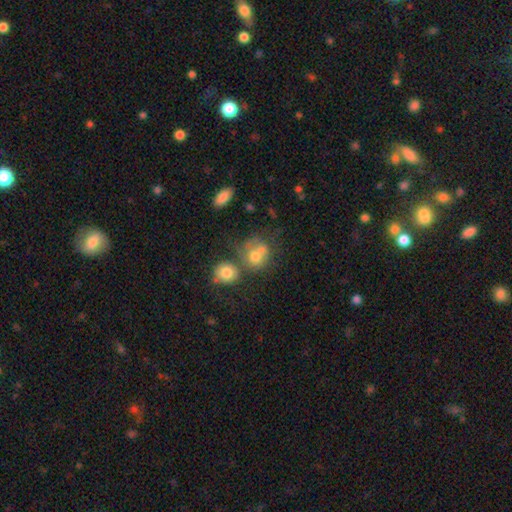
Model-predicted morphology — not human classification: The model was most divided on "merging": merger: 41%, none: 32%, minor disturbance: 15%, major disturbance: 12%. More confident: how rounded — round (72%); smooth or featured — smooth (67%).